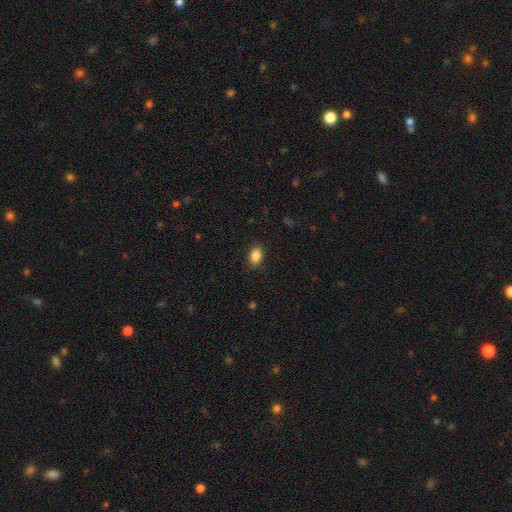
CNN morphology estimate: smooth 87%, star or artifact 9%, featured or disk 4%. Down the decision tree: how rounded — in between (79%); merging — none (87%).